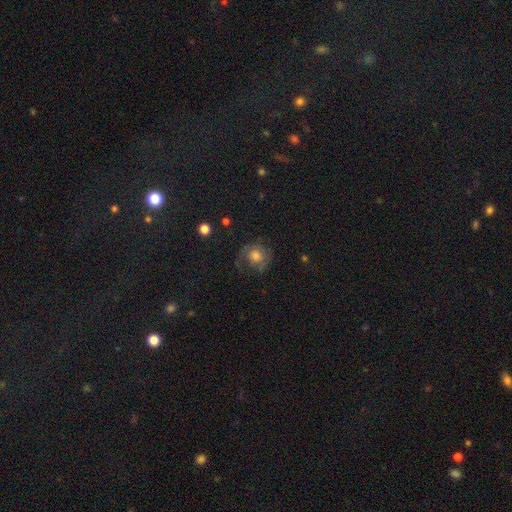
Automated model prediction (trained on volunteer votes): smooth_or_featured: smooth (p=0.53) [alt: featured or disk p=0.38]
how_rounded: round (p=0.81) [alt: in between p=0.18]
merging: none (p=0.50) [alt: major disturbance p=0.26]